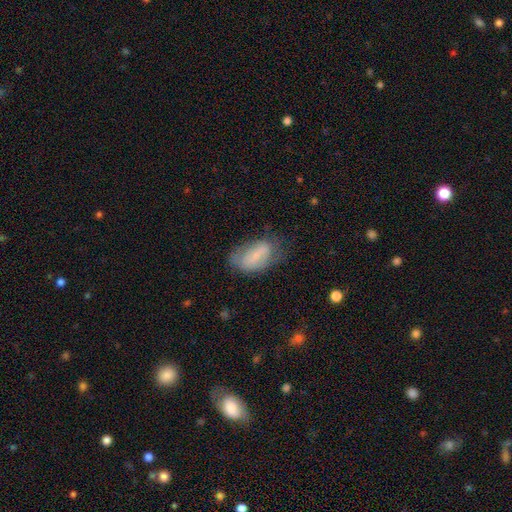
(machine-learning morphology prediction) A smooth galaxy with no disk features (60%) that is in between round and cigar-shaped (91%). Merging: none (51%).